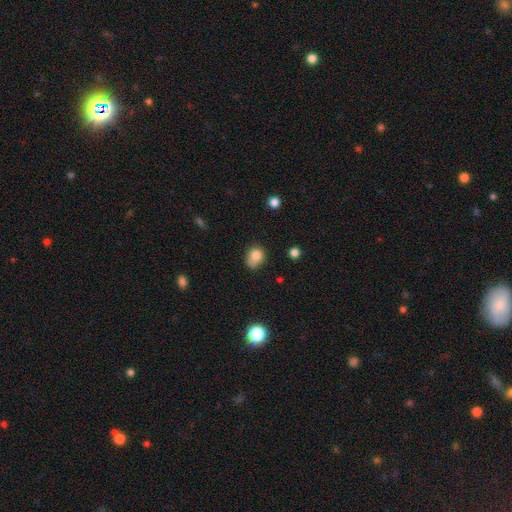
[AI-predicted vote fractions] This appears to be a smooth galaxy with no disk features (80%) that is round (55%). Merging: none (53%).